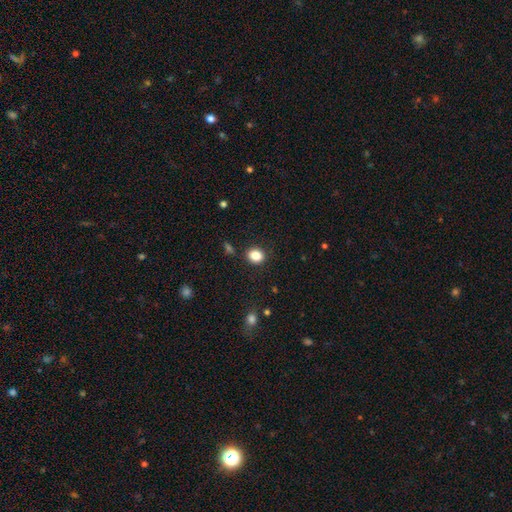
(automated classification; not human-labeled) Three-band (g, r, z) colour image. It shows a smooth galaxy with no disk features (85%) that is round (65%). Merging: none (87%).